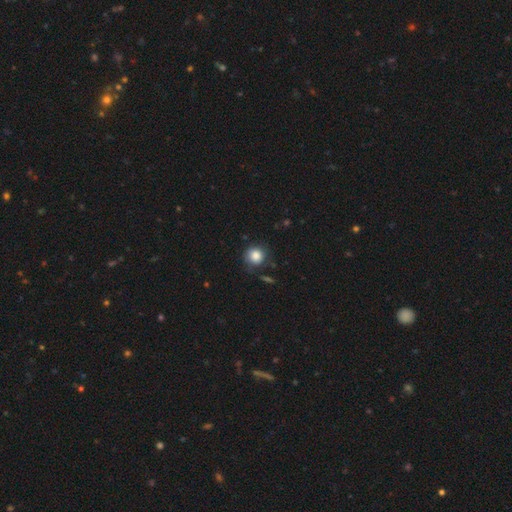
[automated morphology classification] smooth 84%, star or artifact 10%, featured or disk 6%. Down the decision tree: how rounded — round (88%); merging — none (73%).